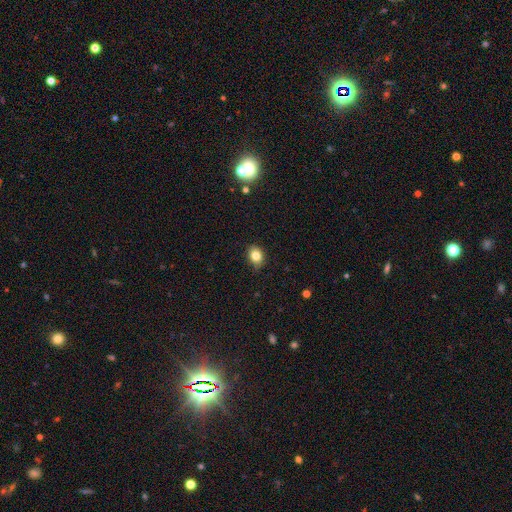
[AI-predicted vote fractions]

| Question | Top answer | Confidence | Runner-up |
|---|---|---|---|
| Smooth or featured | smooth | 82% | star or artifact (11%) |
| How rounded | in between | 51% | round (48%) |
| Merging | none | 84% | minor disturbance (13%) |